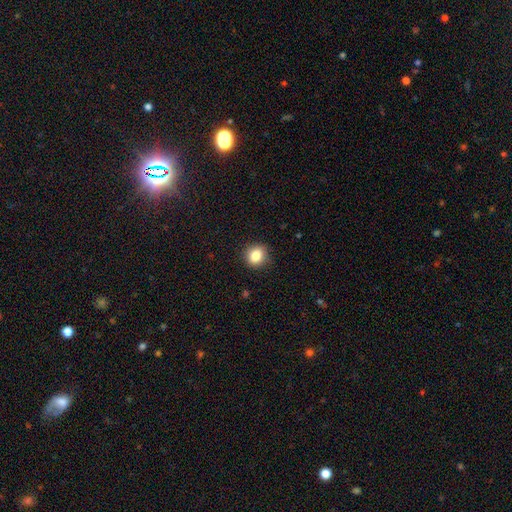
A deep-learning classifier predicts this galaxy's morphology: A smooth galaxy with no disk features (84%) that is round (79%).

Vote fractions:
- Smooth or featured? smooth: 84% / star or artifact: 10% / featured or disk: 6%
- How rounded? round: 79% / in between: 20% / cigar-shaped: 1%
- Merging? none: 88% / minor disturbance: 9% / major disturbance: 2% / merger: 1%